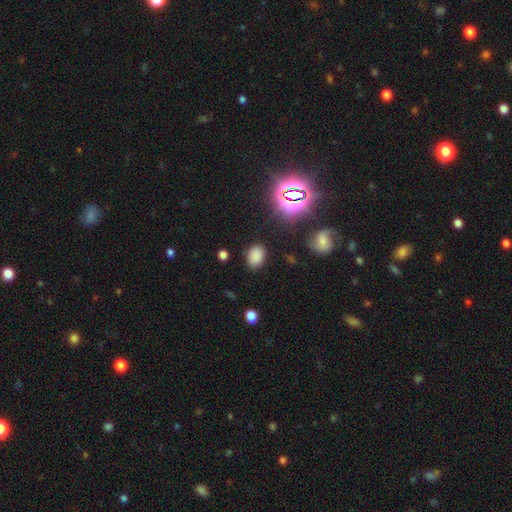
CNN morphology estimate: Smooth or featured? Predicted: smooth (p=0.78). How rounded? Predicted: in between (p=0.76). Merging? Predicted: none (p=0.82).